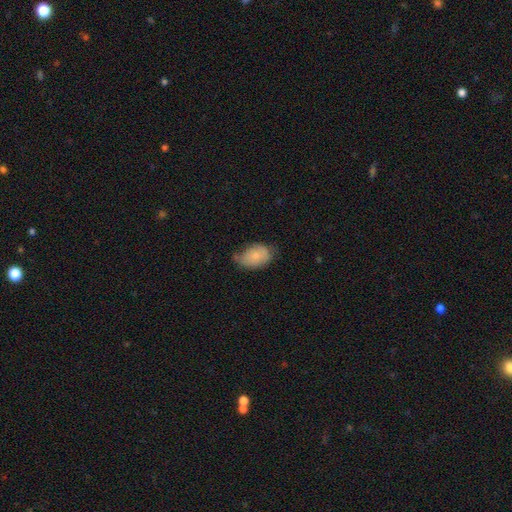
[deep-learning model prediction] A smooth galaxy with no disk features (73%) that is in between round and cigar-shaped (89%).

Vote fractions:
- Smooth or featured? smooth: 73% / featured or disk: 20% / star or artifact: 7%
- How rounded? in between: 89% / round: 9% / cigar-shaped: 1%
- Merging? minor disturbance: 44% / none: 40% / major disturbance: 14% / merger: 3%